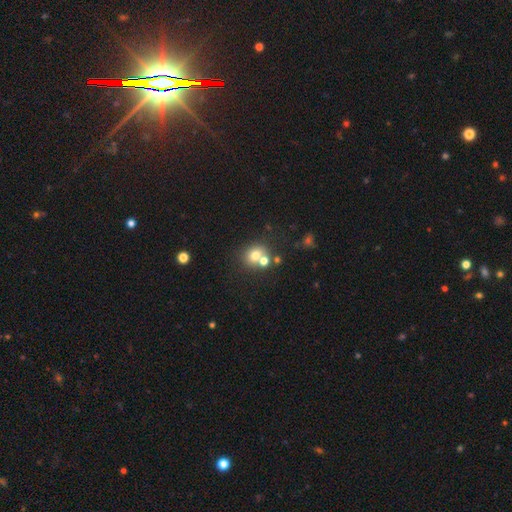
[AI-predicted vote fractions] A smooth galaxy with no disk features (70%) that is round (73%). Merging: none (52%).